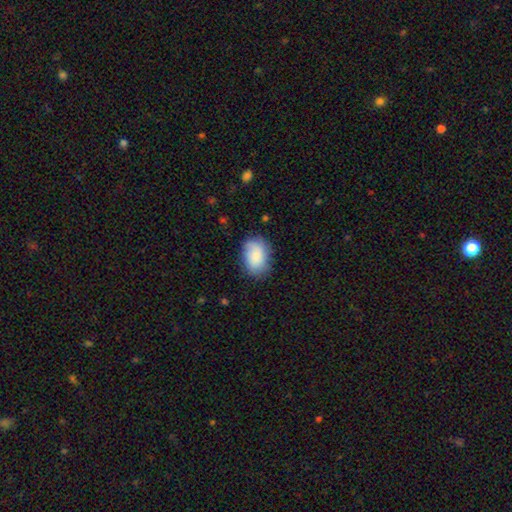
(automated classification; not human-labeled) A smooth galaxy with no disk features (84%) that is in between round and cigar-shaped (86%). Merging: none (73%).